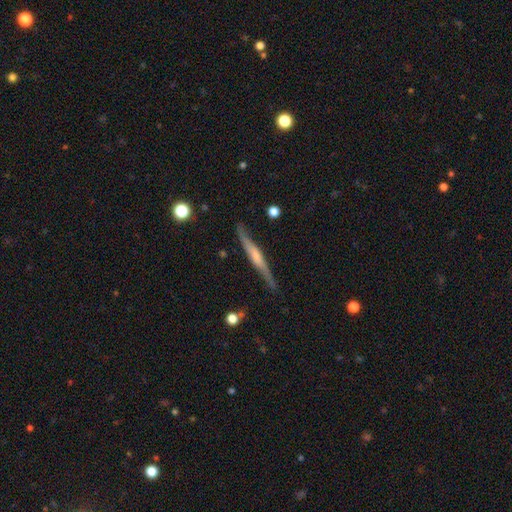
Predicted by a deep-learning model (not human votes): Smooth or featured? featured or disk (66%)
Edge-on disk? yes (95%)
Edge-on bulge? rounded (48%)
Merging? none (81%)